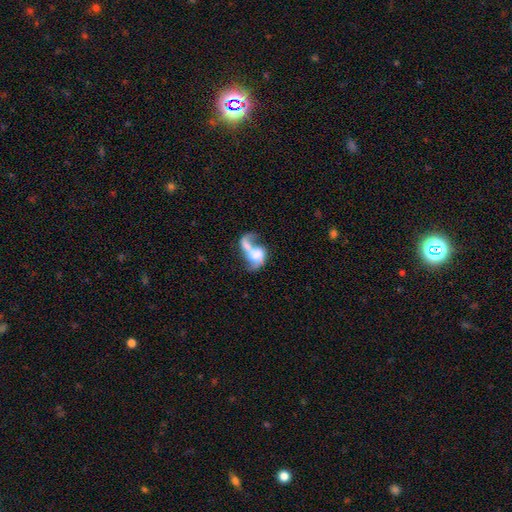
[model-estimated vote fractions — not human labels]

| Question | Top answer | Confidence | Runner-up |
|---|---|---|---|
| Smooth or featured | featured or disk | 58% | smooth (33%) |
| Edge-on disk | no | 96% | yes (4%) |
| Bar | no | 68% | weak (24%) |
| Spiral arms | yes | 61% | no (39%) |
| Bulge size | moderate | 33% | large (32%) |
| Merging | merger | 50% | major disturbance (26%) |